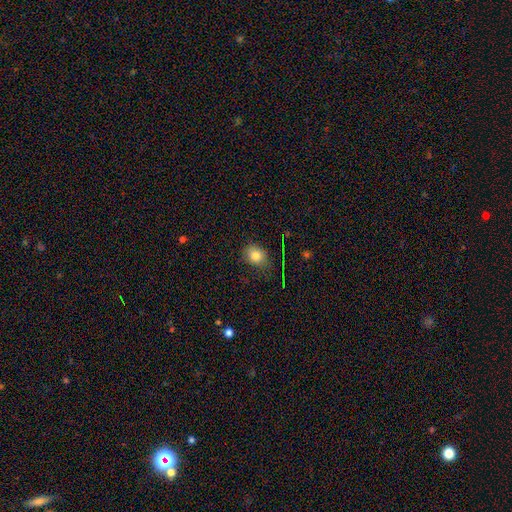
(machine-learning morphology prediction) Q: Smooth or featured?
A: smooth (80%); runner-up: star or artifact (12%)
Q: How rounded?
A: round (54%); runner-up: in between (45%)
Q: Merging?
A: none (76%); runner-up: minor disturbance (17%)